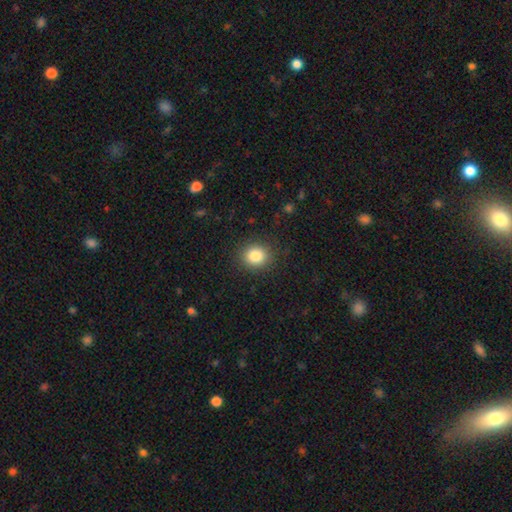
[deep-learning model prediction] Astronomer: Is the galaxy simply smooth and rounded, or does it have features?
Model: smooth — 83%.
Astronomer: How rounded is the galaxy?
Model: round — 79%.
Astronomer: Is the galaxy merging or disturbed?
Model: none — 91%.